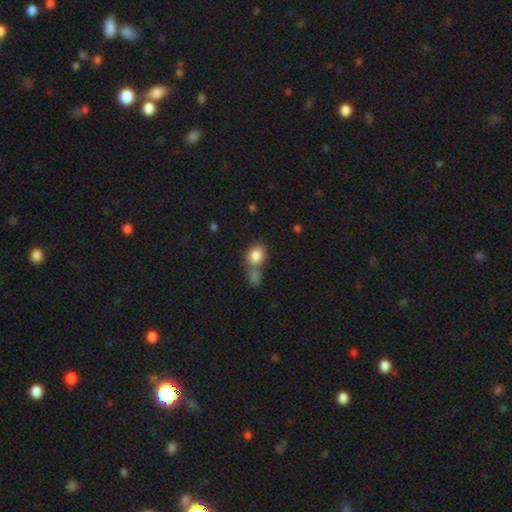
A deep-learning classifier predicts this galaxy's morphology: smooth_or_featured: smooth (p=0.84) [alt: star or artifact p=0.09]
how_rounded: round (p=0.55) [alt: in between p=0.44]
merging: merger (p=0.45) [alt: none p=0.39]